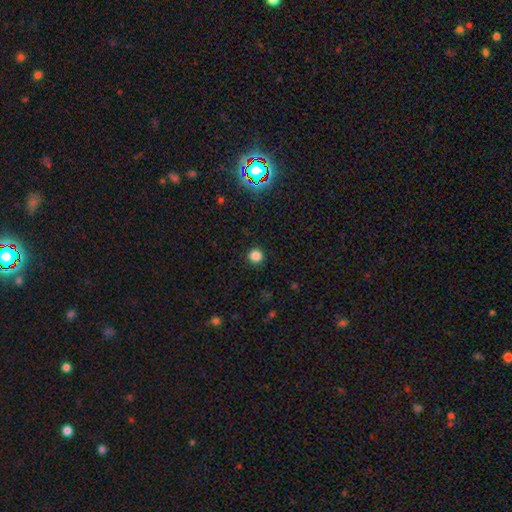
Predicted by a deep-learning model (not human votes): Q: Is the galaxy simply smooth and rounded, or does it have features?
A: smooth — 84%.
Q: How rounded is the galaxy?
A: round — 96%.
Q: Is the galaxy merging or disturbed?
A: none — 93%.